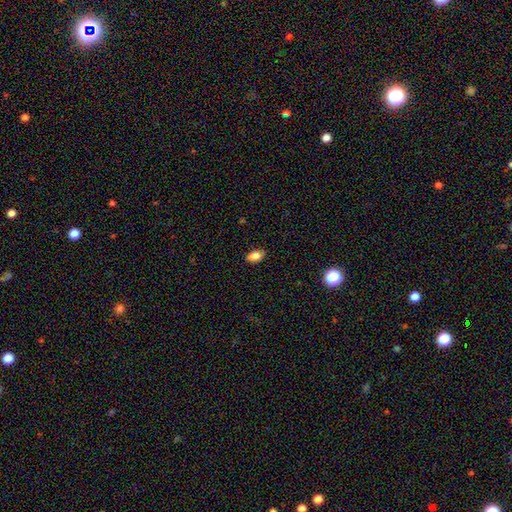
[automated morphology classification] Smooth or featured: smooth — 81% (featured or disk — 10%)
How rounded: in between — 90% (round — 7%)
Merging: none — 87% (minor disturbance — 10%)